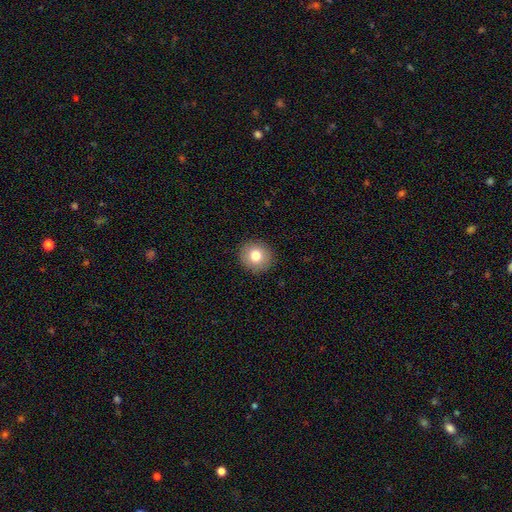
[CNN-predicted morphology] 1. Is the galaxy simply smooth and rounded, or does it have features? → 79% smooth, 11% featured or disk, 9% star or artifact.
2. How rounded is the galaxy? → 89% round, 11% in between, 1% cigar-shaped.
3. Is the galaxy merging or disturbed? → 91% none, 6% minor disturbance, 2% major disturbance, 1% merger.